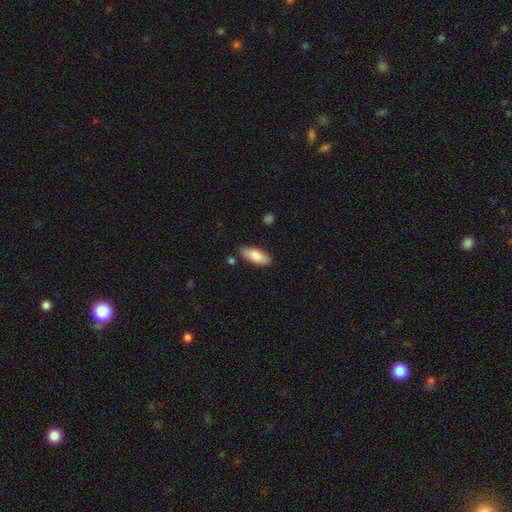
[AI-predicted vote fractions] Q: Smooth or featured?
A: smooth (82%); runner-up: featured or disk (13%)
Q: How rounded?
A: in between (78%); runner-up: cigar-shaped (20%)
Q: Merging?
A: none (83%); runner-up: minor disturbance (13%)